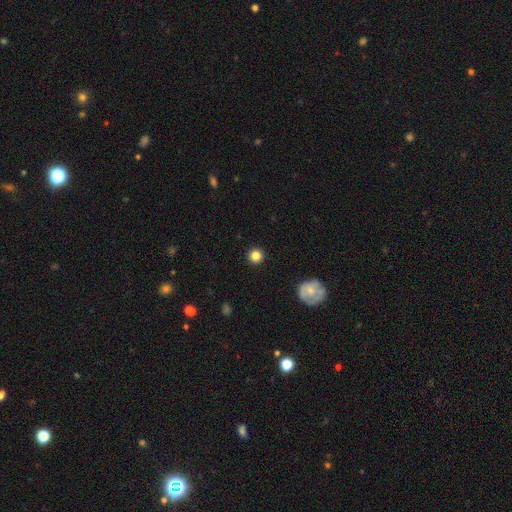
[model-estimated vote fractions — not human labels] smooth_or_featured: smooth (p=0.84) [alt: star or artifact p=0.11]
how_rounded: round (p=0.96) [alt: in between p=0.03]
merging: none (p=0.92) [alt: minor disturbance p=0.05]